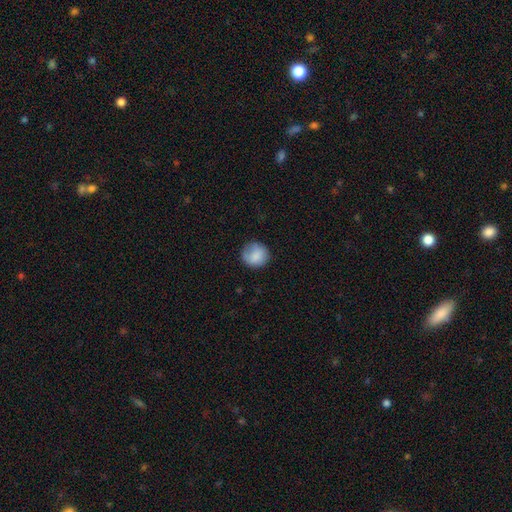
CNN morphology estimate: This appears to be a smooth galaxy with no disk features (84%) that is round (89%). Merging: none (75%).